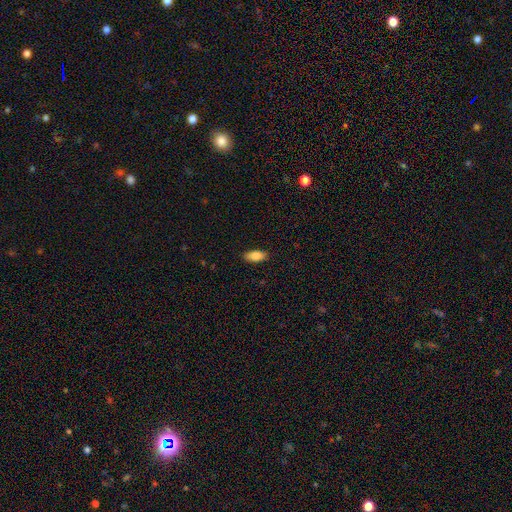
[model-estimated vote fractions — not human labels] Smooth or featured?
  - smooth: 82% *
  - featured or disk: 11%
  - star or artifact: 7%
How rounded?
  - in between: 87% *
  - cigar-shaped: 11%
  - round: 3%
Merging?
  - none: 89% *
  - minor disturbance: 9%
  - major disturbance: 2%
  - merger: 1%